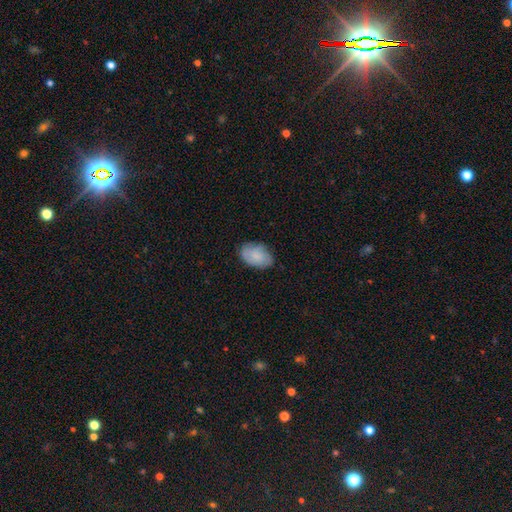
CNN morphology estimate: Smooth or featured? smooth (77%)
How rounded? in between (89%)
Merging? none (75%)